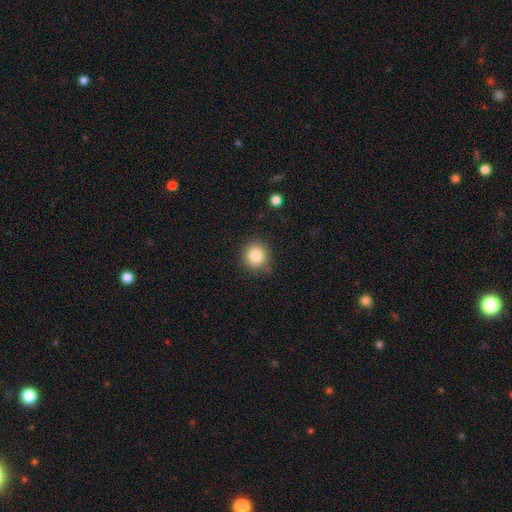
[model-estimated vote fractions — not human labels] Smooth or featured? Predicted: smooth (p=0.83). How rounded? Predicted: round (p=0.91). Merging? Predicted: none (p=0.85).